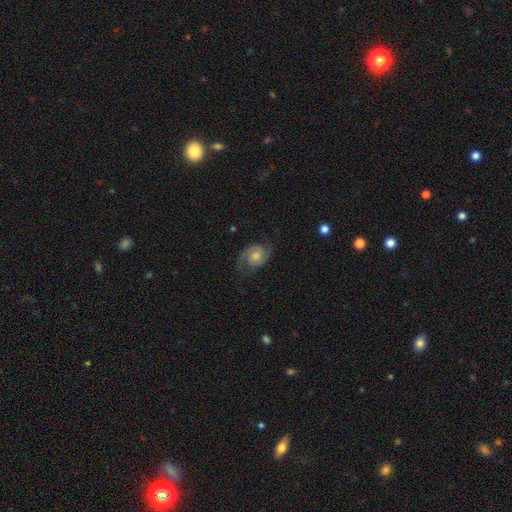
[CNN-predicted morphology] This appears to be a featured or disk galaxy (79%) with no bar (69%), 2 (87%) medium (49%) spiral arms (96%) and a moderate central bulge (55%). Merging: none (71%).